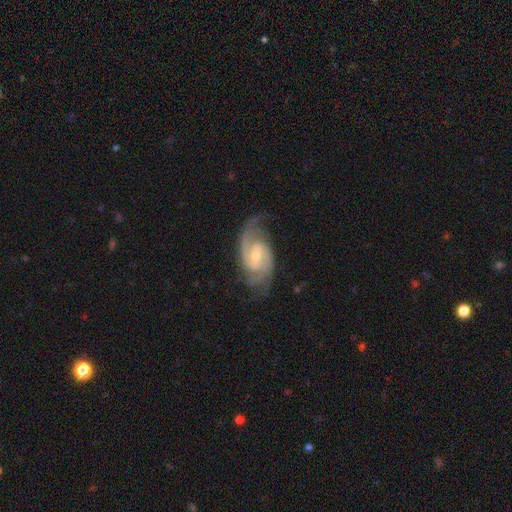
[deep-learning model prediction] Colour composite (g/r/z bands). It shows a featured or disk galaxy (90%) with a weak bar (55%), 2 (76%) medium (50%) spiral arms (98%) and a small central bulge (48%). Merging: none (72%).